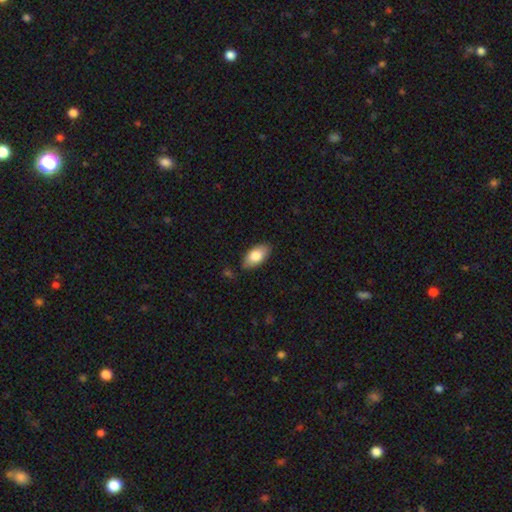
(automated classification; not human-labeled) Smooth or featured? smooth (80%)
How rounded? in between (93%)
Merging? none (82%)